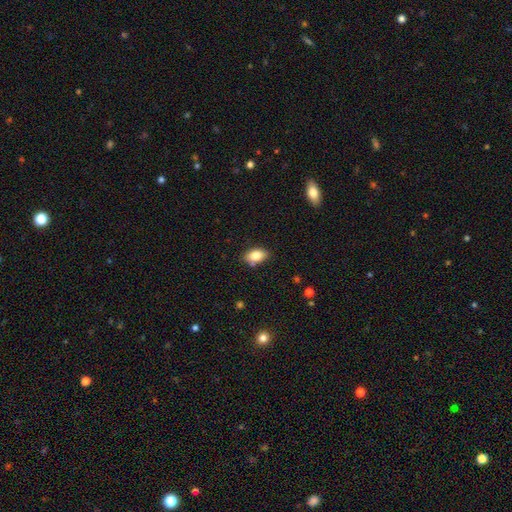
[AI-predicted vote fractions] Smooth or featured: smooth — 83% (featured or disk — 9%)
How rounded: in between — 88% (round — 10%)
Merging: none — 76% (minor disturbance — 16%)